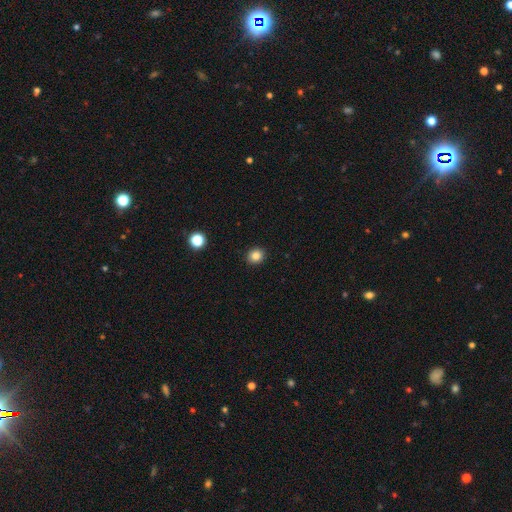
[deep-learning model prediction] Smooth or featured? smooth (84%)
How rounded? round (84%)
Merging? none (92%)